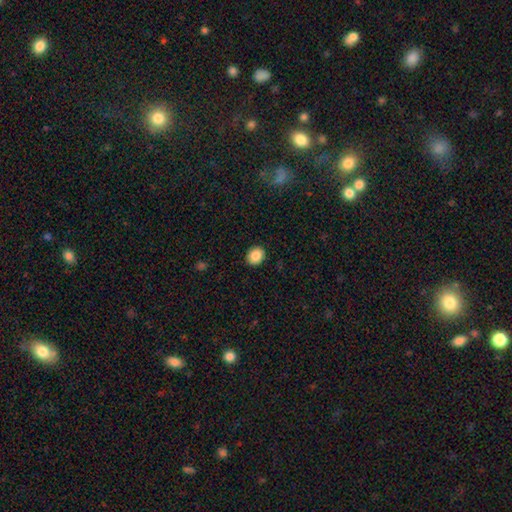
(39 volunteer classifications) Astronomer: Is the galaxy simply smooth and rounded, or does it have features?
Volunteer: smooth — 82%.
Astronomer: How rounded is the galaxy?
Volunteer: round — 59% (runner-up: in between, 41%).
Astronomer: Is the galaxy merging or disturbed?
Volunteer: none — 88%.